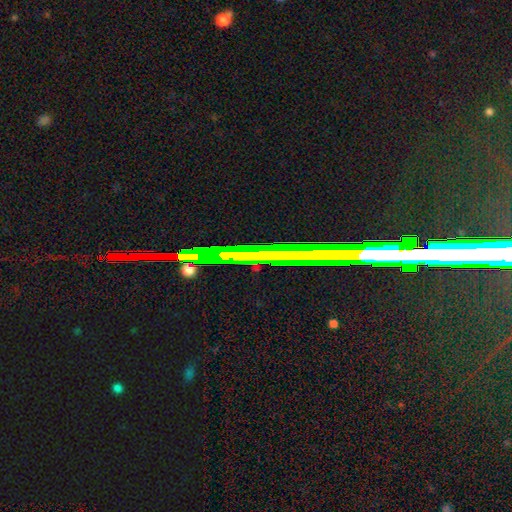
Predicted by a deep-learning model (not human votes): Smooth or featured: star or artifact — 65% (featured or disk — 23%)